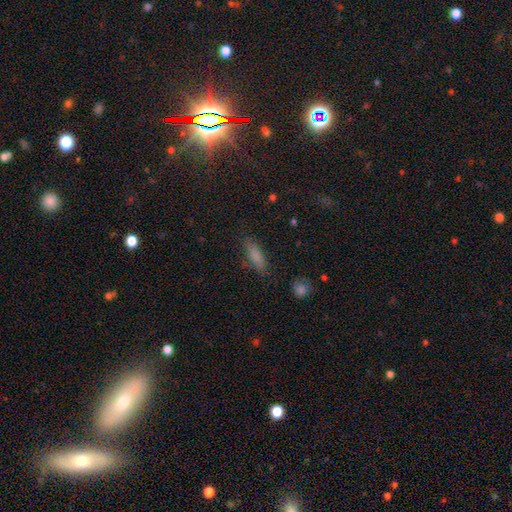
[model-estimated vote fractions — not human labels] Overall: smooth (81%). How rounded: in between (59%; cigar-shaped 38%). Merging: none (78%).